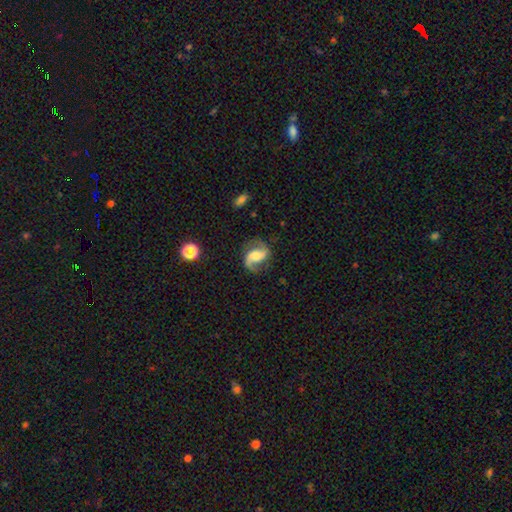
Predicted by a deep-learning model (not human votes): Morphology: type=featured or disk (84%); edge-on=no (98%); bar=no (41%); spiral arms=yes (96%); winding=loose (45%); arm count=2 (89%); bulge=moderate (44%); merging=none (75%).